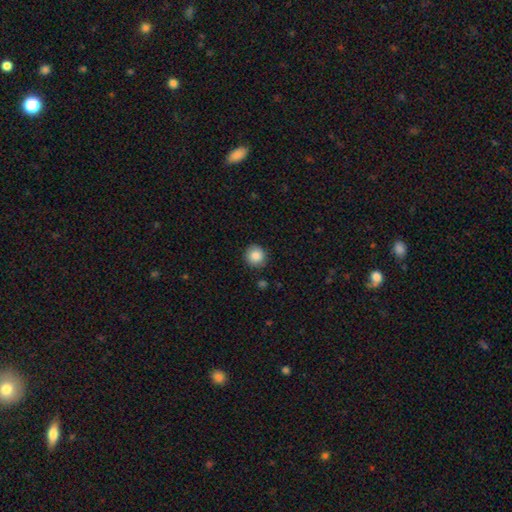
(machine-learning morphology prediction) The model was most divided on "smooth or featured": smooth: 87%, star or artifact: 9%, featured or disk: 4%. More confident: how rounded — round (91%); merging — none (88%).